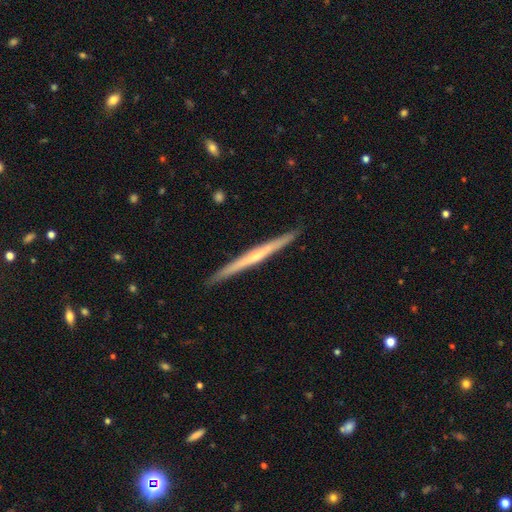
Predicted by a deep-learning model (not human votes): smooth-or-featured: featured or disk: 66% | smooth: 29% | star or artifact: 5%
  disk-edge-on: yes: 98% | no: 2%
    edge-on-bulge: none: 57% | rounded: 37% | boxy: 6%
  merging: none: 92% | minor disturbance: 6% | major disturbance: 1% | merger: 1%